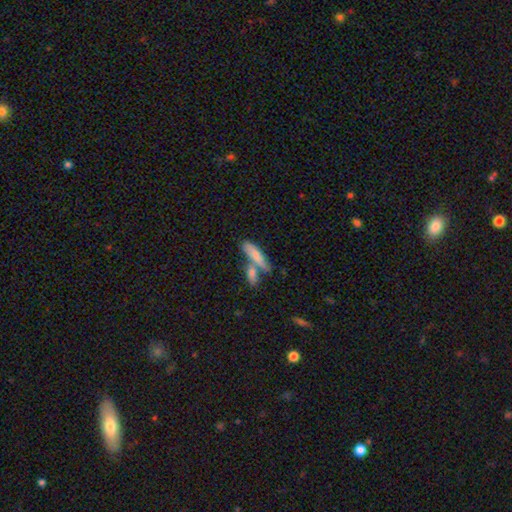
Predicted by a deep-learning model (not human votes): A smooth galaxy with no disk features (75%) that is cigar-shaped (64%).

Vote fractions:
- Smooth or featured? smooth: 75% / featured or disk: 19% / star or artifact: 6%
- How rounded? cigar-shaped: 64% / in between: 33% / round: 3%
- Merging? none: 44% / merger: 41% / minor disturbance: 11% / major disturbance: 4%